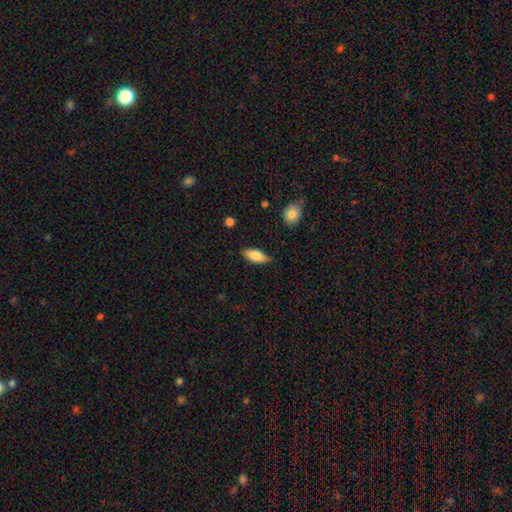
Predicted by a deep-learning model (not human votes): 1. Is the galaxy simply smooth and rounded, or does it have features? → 74% smooth, 19% featured or disk, 7% star or artifact.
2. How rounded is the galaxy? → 76% in between, 22% cigar-shaped, 3% round.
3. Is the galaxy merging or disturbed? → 83% none, 13% minor disturbance, 3% major disturbance, 2% merger.